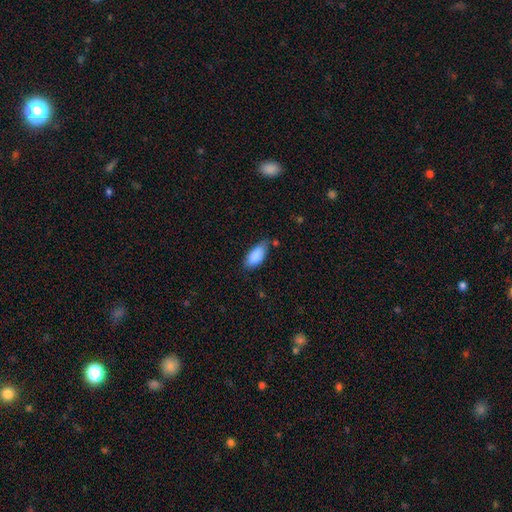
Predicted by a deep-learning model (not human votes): This appears to be a smooth galaxy with no disk features (88%) that is in between round and cigar-shaped (91%). Merging: none (63%).